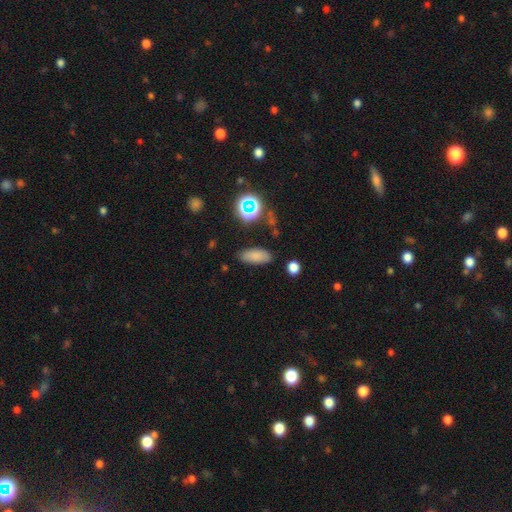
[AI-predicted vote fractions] smooth 79%, star or artifact 12%, featured or disk 9%. Down the decision tree: how rounded — in between (82%); merging — none (83%).